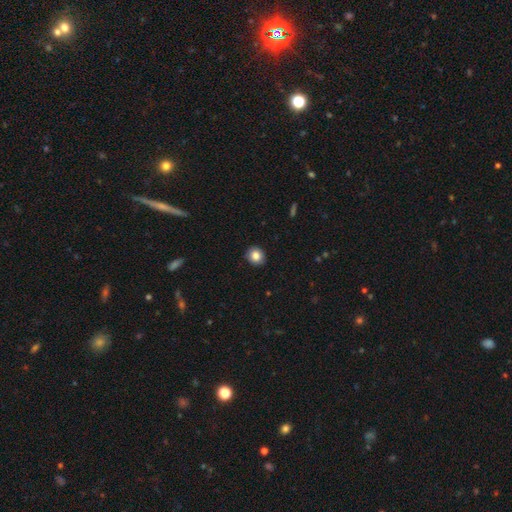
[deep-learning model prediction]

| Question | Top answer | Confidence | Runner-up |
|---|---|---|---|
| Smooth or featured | smooth | 84% | star or artifact (9%) |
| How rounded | round | 82% | in between (17%) |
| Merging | none | 91% | minor disturbance (7%) |